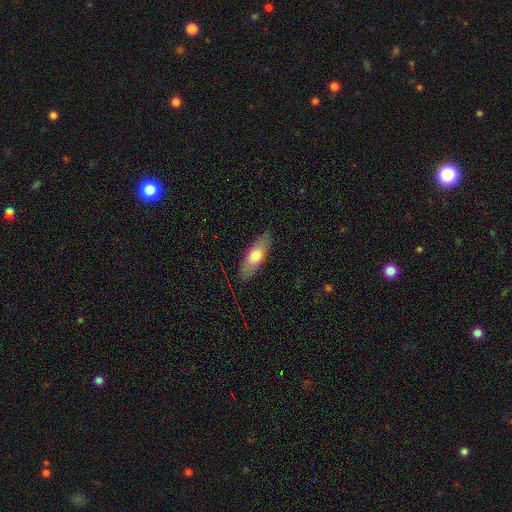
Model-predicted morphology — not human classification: A smooth galaxy with no disk features (63%) that is in between round and cigar-shaped (54%).

Vote fractions:
- Smooth or featured? smooth: 63% / featured or disk: 31% / star or artifact: 6%
- How rounded? in between: 54% / cigar-shaped: 43% / round: 2%
- Merging? none: 83% / minor disturbance: 13% / major disturbance: 3% / merger: 1%